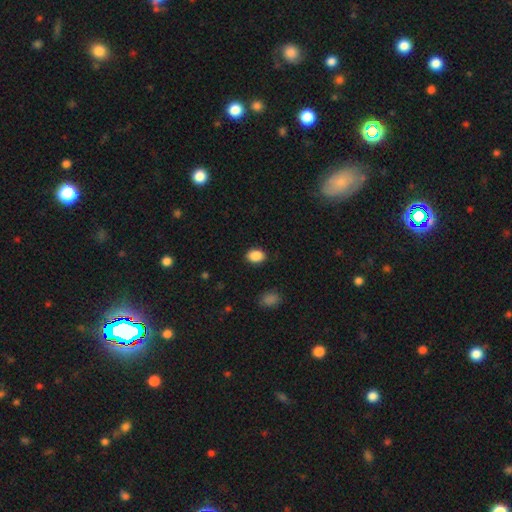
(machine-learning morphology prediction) This appears to be a smooth galaxy with no disk features (88%) that is in between round and cigar-shaped (69%). Merging: none (89%).